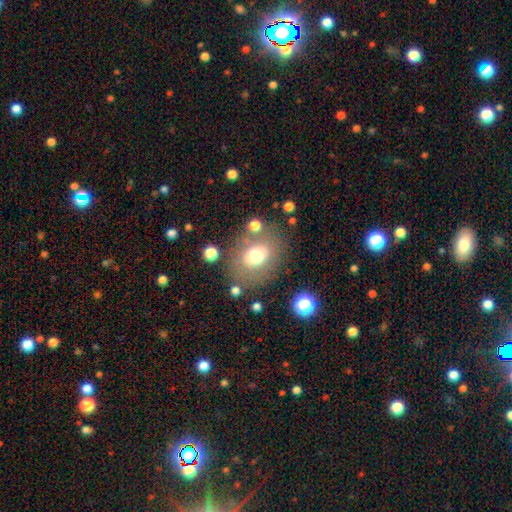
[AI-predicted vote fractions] Smooth or featured? smooth (63%)
How rounded? in between (57%)
Merging? none (76%)